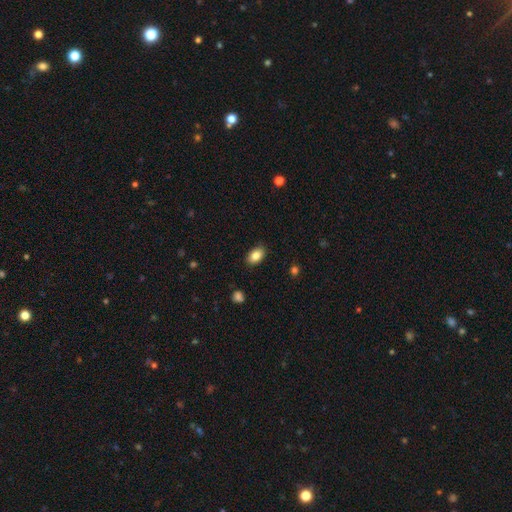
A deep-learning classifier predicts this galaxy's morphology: Smooth or featured: smooth — 85% (star or artifact — 8%)
How rounded: in between — 89% (round — 9%)
Merging: none — 88% (minor disturbance — 9%)